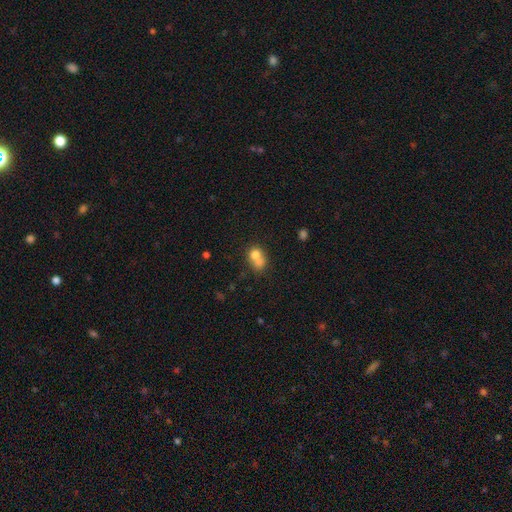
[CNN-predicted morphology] Smooth or featured: smooth — 72% (featured or disk — 17%)
How rounded: round — 64% (in between — 35%)
Merging: merger — 61% (none — 27%)